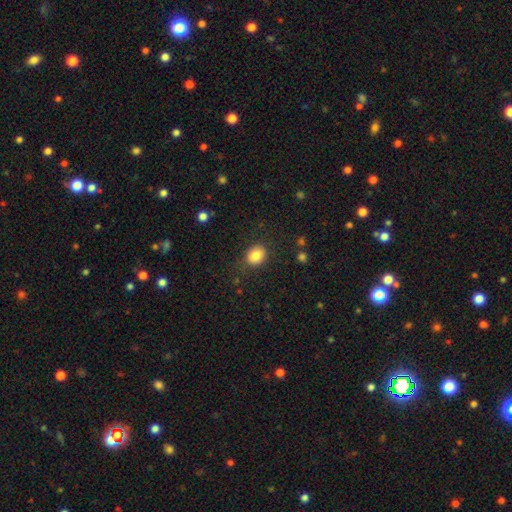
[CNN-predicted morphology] type=smooth (84%); roundness=round (50%); merging=none (79%).